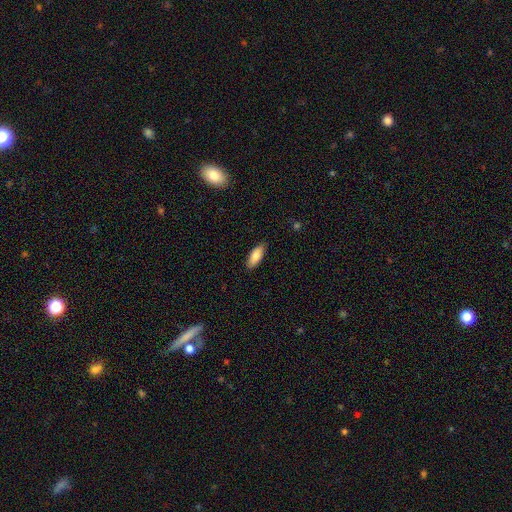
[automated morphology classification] A smooth galaxy with no disk features (84%) that is in between round and cigar-shaped (74%).

Vote fractions:
- Smooth or featured? smooth: 84% / featured or disk: 10% / star or artifact: 6%
- How rounded? in between: 74% / cigar-shaped: 24% / round: 2%
- Merging? none: 87% / minor disturbance: 10% / major disturbance: 2% / merger: 1%